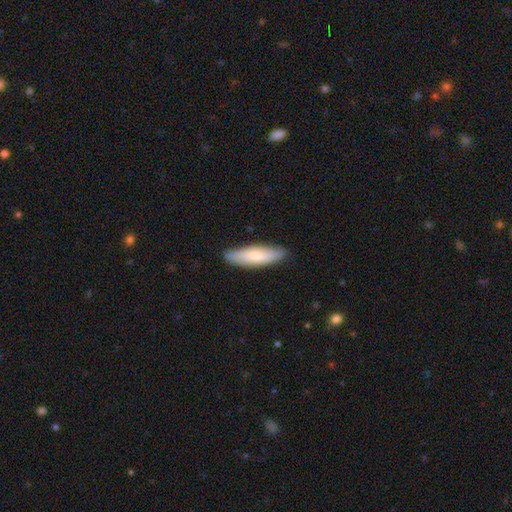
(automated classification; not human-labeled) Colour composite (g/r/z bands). It shows a smooth galaxy with no disk features (68%) that is cigar-shaped (62%). Merging: none (86%).